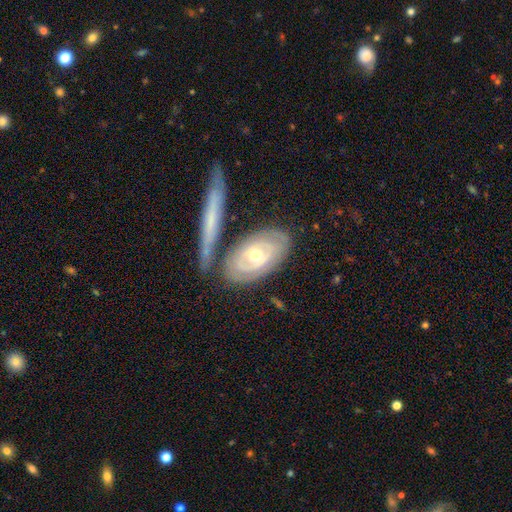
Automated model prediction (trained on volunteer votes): Q: Smooth or featured?
A: featured or disk (72%); runner-up: smooth (23%)
Q: Edge-on disk?
A: no (89%); runner-up: yes (11%)
Q: Bar?
A: no (67%); runner-up: weak (24%)
Q: Spiral arms?
A: yes (77%); runner-up: no (23%)
Q: Bulge size?
A: moderate (60%); runner-up: small (36%)
Q: Merging?
A: none (66%); runner-up: minor disturbance (16%)